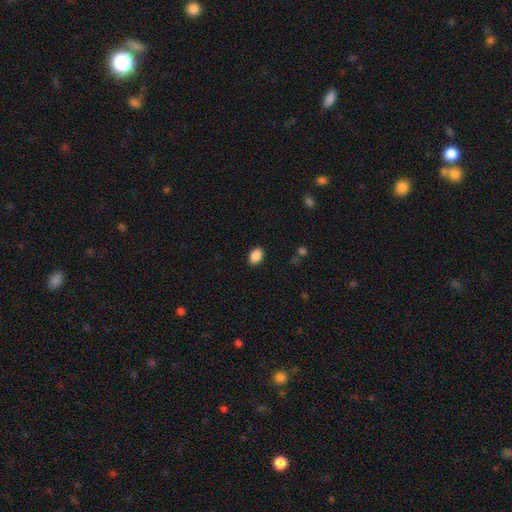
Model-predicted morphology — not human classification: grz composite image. It shows a smooth galaxy with no disk features (89%) that is in between round and cigar-shaped (80%). Merging: none (89%).